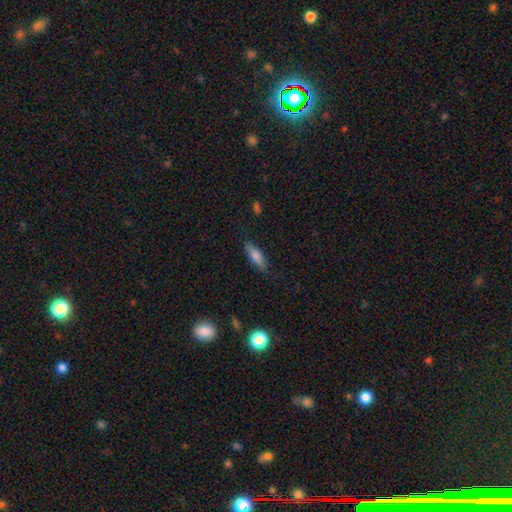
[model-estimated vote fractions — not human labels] Morphology: type=smooth (75%); roundness=cigar-shaped (54%); merging=none (83%).